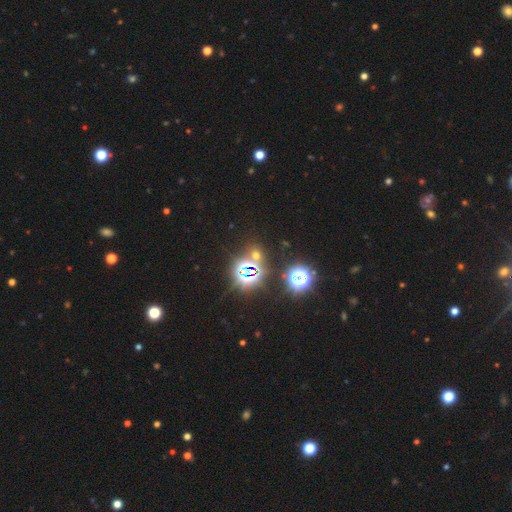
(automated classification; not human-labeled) Smooth or featured?
  - star or artifact: 61% *
  - smooth: 32%
  - featured or disk: 7%